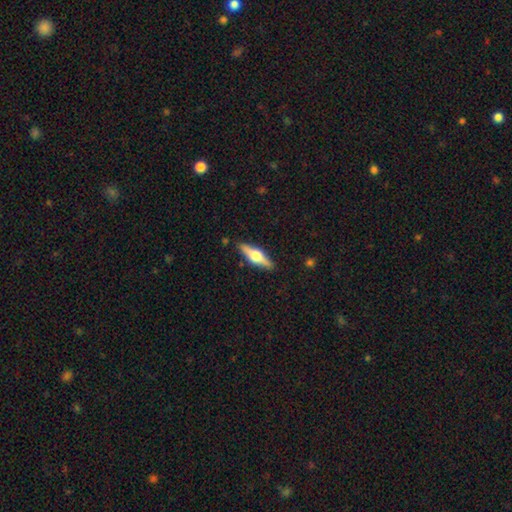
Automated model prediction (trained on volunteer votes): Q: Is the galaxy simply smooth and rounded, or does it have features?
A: featured or disk — 63%.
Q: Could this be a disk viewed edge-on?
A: yes — 96%.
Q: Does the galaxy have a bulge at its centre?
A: rounded — 94%.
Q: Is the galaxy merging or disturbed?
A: none — 88%.